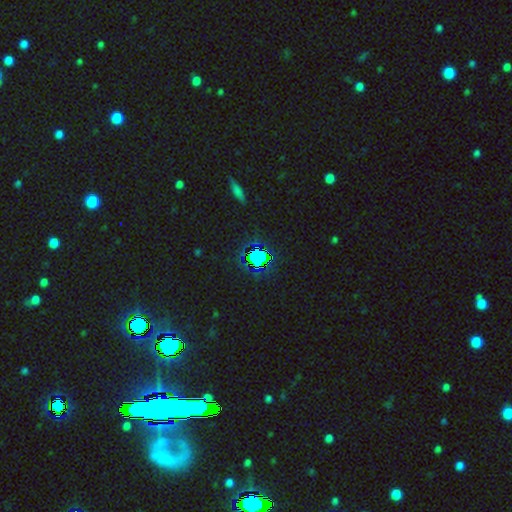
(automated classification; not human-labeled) smooth-or-featured: star or artifact: 70% | smooth: 20% | featured or disk: 10%